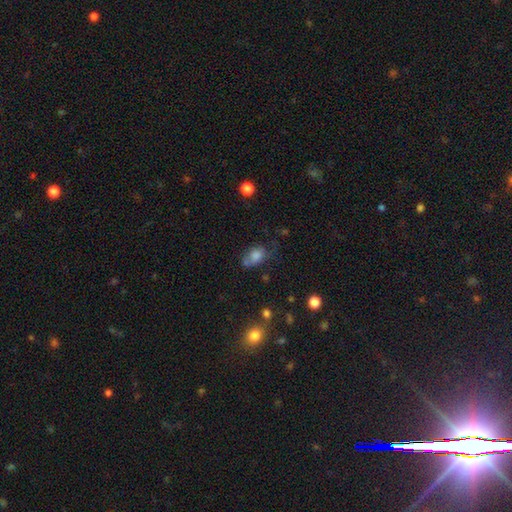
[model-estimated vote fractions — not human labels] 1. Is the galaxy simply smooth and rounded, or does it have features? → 69% smooth, 17% featured or disk, 14% star or artifact.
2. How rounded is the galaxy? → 75% in between, 22% round, 3% cigar-shaped.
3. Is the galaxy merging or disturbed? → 44% none, 28% minor disturbance, 17% major disturbance, 11% merger.